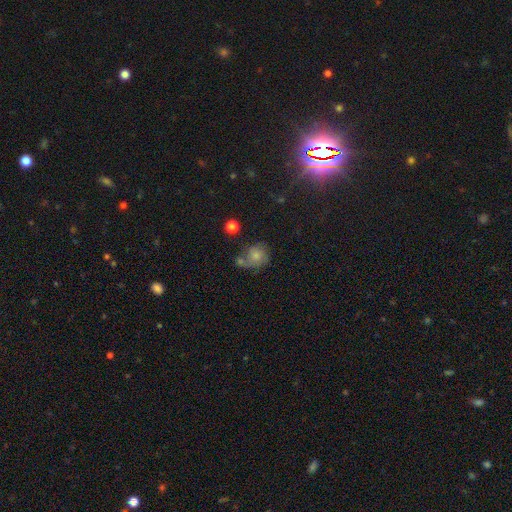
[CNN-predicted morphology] Smooth or featured? smooth (68%)
How rounded? round (74%)
Merging? none (43%)